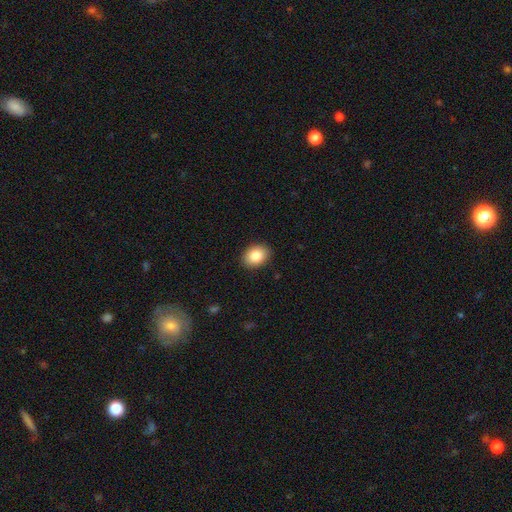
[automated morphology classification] smooth_or_featured: smooth (p=0.86) [alt: star or artifact p=0.08]
how_rounded: in between (p=0.68) [alt: round p=0.32]
merging: none (p=0.90) [alt: minor disturbance p=0.08]